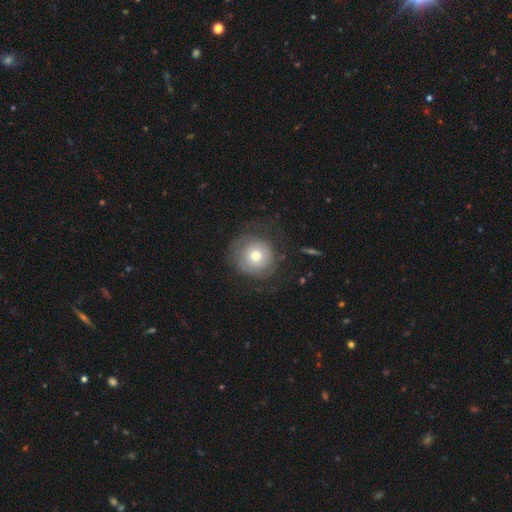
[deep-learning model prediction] Smooth or featured? Predicted: smooth (p=0.57). How rounded? Predicted: round (p=0.93). Merging? Predicted: none (p=0.64).